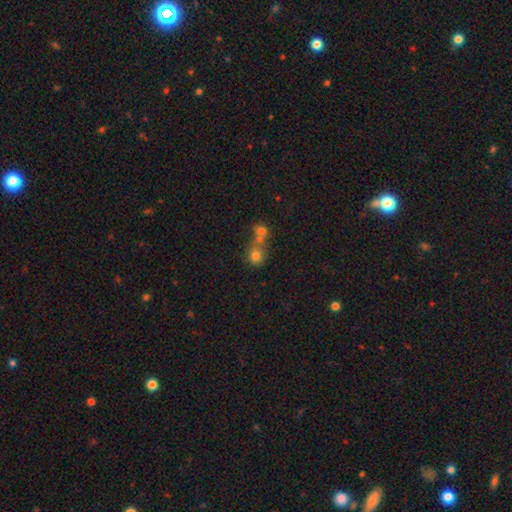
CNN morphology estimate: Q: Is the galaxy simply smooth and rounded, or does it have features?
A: smooth — 74%.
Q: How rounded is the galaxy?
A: round — 77%.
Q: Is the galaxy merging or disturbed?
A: merger — 47%.